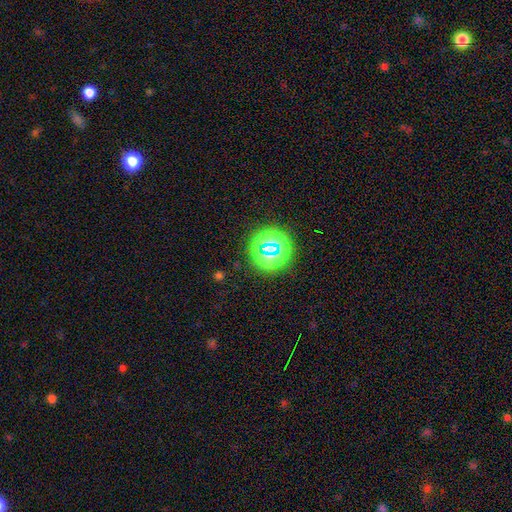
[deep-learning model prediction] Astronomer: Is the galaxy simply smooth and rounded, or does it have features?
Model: star or artifact — 70%.